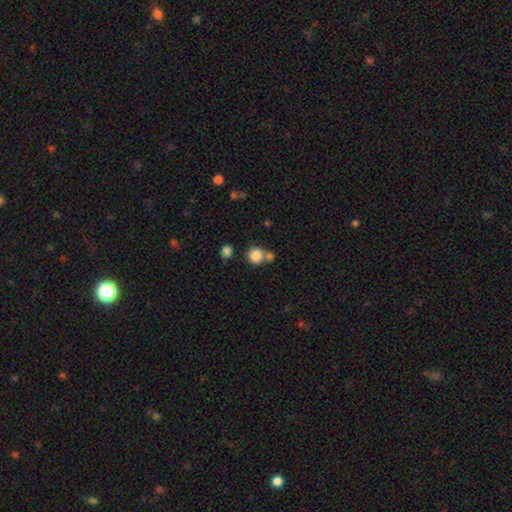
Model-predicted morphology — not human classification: smooth-or-featured: smooth: 85% | star or artifact: 10% | featured or disk: 5%
  how-rounded: round: 89% | in between: 10% | cigar-shaped: 1%
  merging: none: 60% | merger: 27% | minor disturbance: 9% | major disturbance: 4%